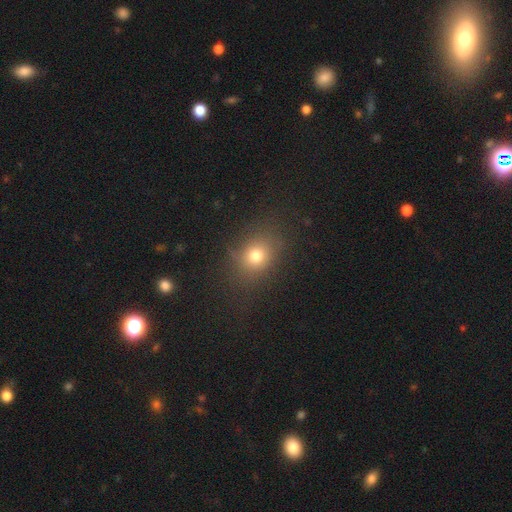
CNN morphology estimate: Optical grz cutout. It shows a smooth galaxy with no disk features (73%) that is round (60%). Merging: none (77%).